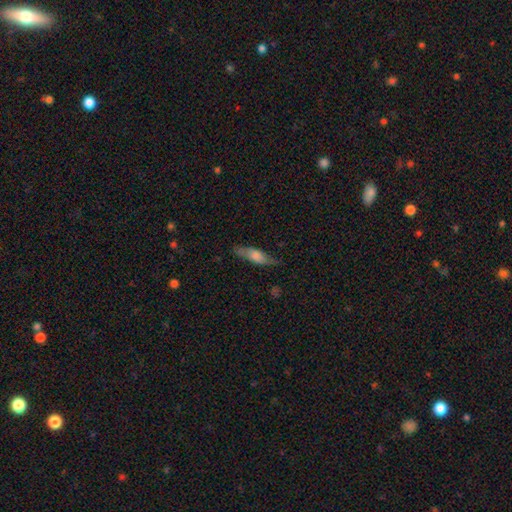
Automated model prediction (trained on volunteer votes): smooth_or_featured: smooth (p=0.66) [alt: featured or disk p=0.28]
how_rounded: in between (p=0.53) [alt: cigar-shaped p=0.44]
merging: none (p=0.69) [alt: minor disturbance p=0.23]